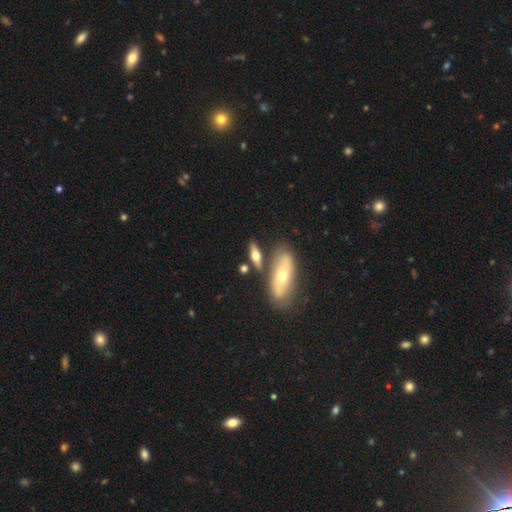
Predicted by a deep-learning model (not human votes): Smooth or featured?
  - smooth: 51% *
  - featured or disk: 42%
  - star or artifact: 7%
How rounded?
  - in between: 56% *
  - cigar-shaped: 38%
  - round: 6%
Merging?
  - none: 64% *
  - merger: 18%
  - minor disturbance: 13%
  - major disturbance: 4%